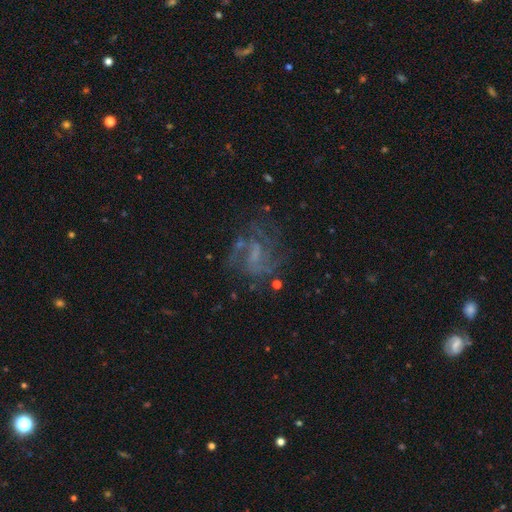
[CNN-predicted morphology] Q: Smooth or featured?
A: featured or disk (72%); runner-up: star or artifact (14%)
Q: Edge-on disk?
A: no (97%); runner-up: yes (3%)
Q: Bar?
A: weak (46%); runner-up: no (35%)
Q: Spiral arms?
A: yes (82%); runner-up: no (18%)
Q: Spiral winding?
A: medium (46%); runner-up: loose (31%)
Q: Spiral arm count?
A: 2 (33%); runner-up: can't tell (31%)
Q: Bulge size?
A: none (47%); runner-up: small (33%)
Q: Merging?
A: none (58%); runner-up: major disturbance (21%)